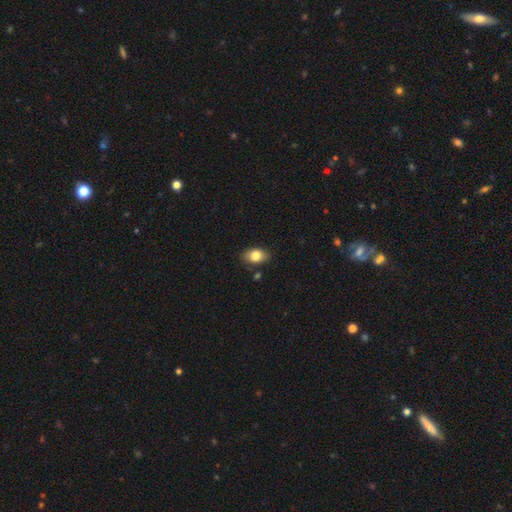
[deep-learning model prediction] Morphology: type=smooth (82%); roundness=in between (83%); merging=none (81%).